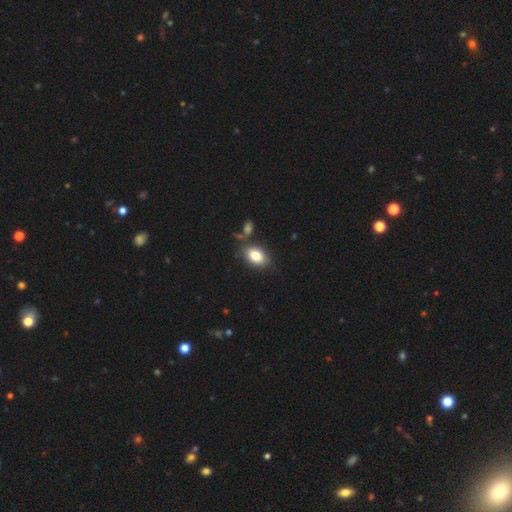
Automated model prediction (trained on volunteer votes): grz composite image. It shows a smooth galaxy with no disk features (83%) that is in between round and cigar-shaped (86%). Merging: none (75%).